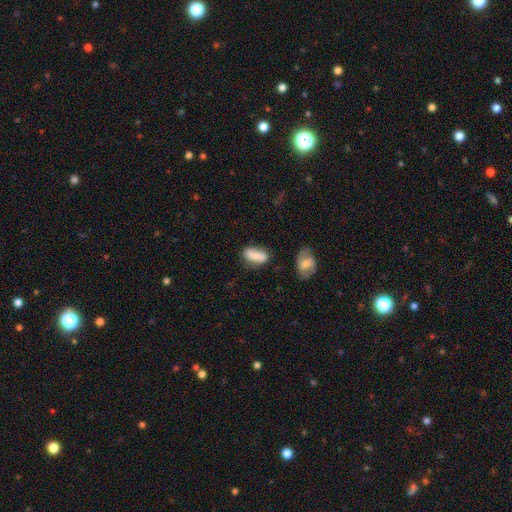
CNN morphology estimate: Smooth or featured: smooth — 82% (featured or disk — 10%)
How rounded: in between — 80% (cigar-shaped — 17%)
Merging: none — 63% (minor disturbance — 24%)